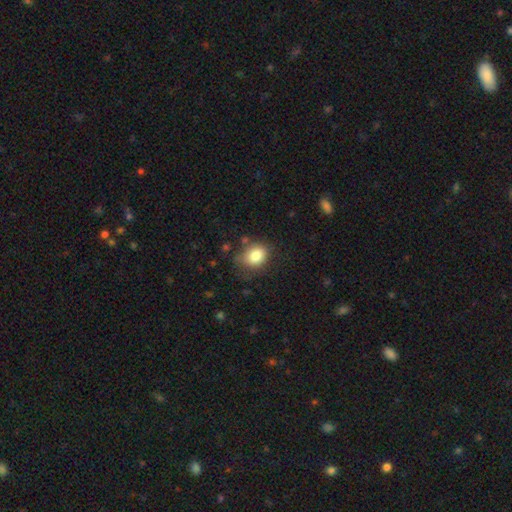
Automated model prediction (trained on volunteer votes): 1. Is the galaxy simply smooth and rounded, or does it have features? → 83% smooth, 9% star or artifact, 8% featured or disk.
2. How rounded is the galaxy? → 50% in between, 49% round, 1% cigar-shaped.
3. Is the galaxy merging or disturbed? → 64% none, 24% minor disturbance, 9% major disturbance, 4% merger.